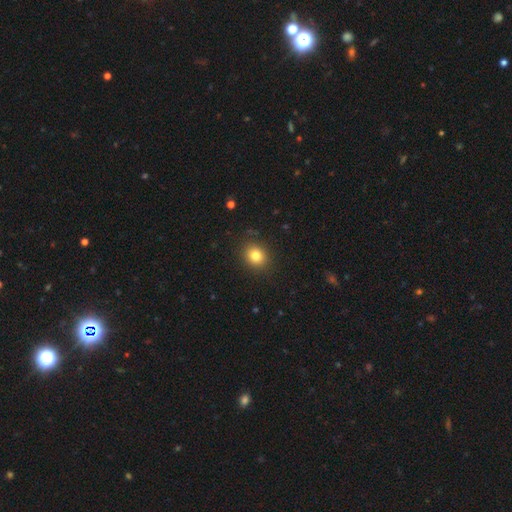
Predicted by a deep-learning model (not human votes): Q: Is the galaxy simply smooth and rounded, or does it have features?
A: smooth — 81%.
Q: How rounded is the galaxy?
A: round — 68%.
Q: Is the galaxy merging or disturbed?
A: none — 89%.